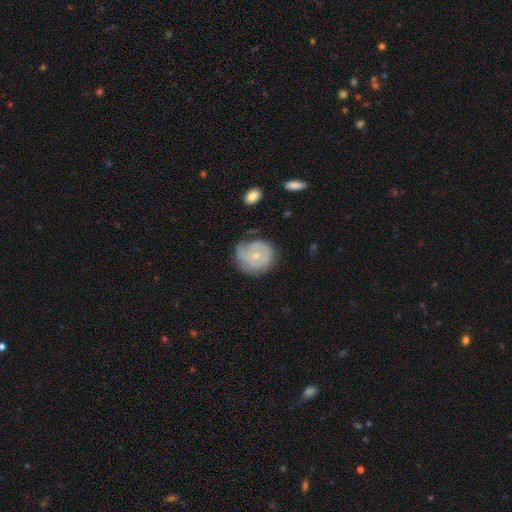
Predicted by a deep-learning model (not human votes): A featured or disk galaxy (58%) with no bar (80%), spiral arms (79%) and a small central bulge (74%).

Vote fractions:
- Smooth or featured? featured or disk: 58% / smooth: 36% / star or artifact: 7%
- Edge-on disk? no: 97% / yes: 3%
- Bar? no: 80% / weak: 18% / strong: 2%
- Spiral arms? yes: 79% / no: 21%
- Bulge size? small: 74% / moderate: 20% / none: 3% / large: 1% / dominant: 1%
- Merging? none: 55% / minor disturbance: 30% / major disturbance: 13% / merger: 2%